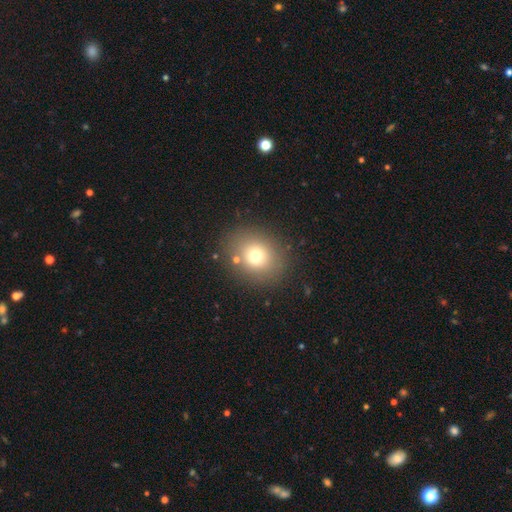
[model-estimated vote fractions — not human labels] Q: Smooth or featured?
A: smooth (73%); runner-up: star or artifact (14%)
Q: How rounded?
A: round (67%); runner-up: in between (32%)
Q: Merging?
A: none (83%); runner-up: minor disturbance (9%)